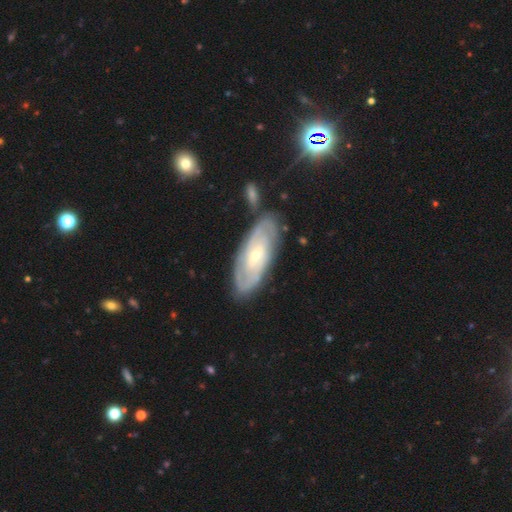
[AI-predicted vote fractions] featured or disk 78%, smooth 17%, star or artifact 6%. Down the decision tree: edge-on disk — no (90%); bar — no (44%); spiral arms — yes (88%); spiral arm count — can't tell (43%); spiral winding — tight (68%); bulge size — small (69%); merging — none (78%).